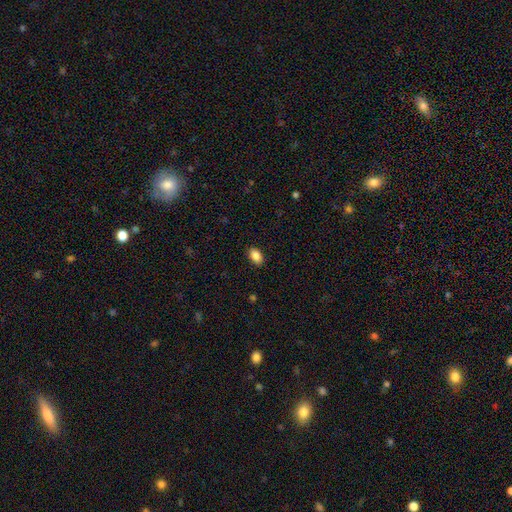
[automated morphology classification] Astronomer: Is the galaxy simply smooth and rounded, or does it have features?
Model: smooth — 88%.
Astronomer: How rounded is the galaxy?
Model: in between — 90%.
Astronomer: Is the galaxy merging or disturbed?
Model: none — 89%.